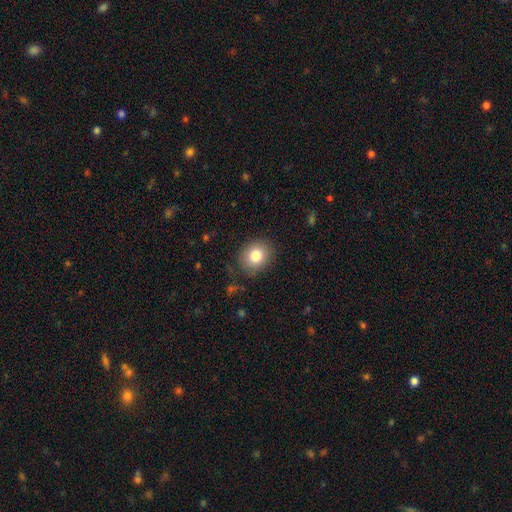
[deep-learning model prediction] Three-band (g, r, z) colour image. It shows a smooth galaxy with no disk features (82%) that is round (64%). Merging: none (85%).